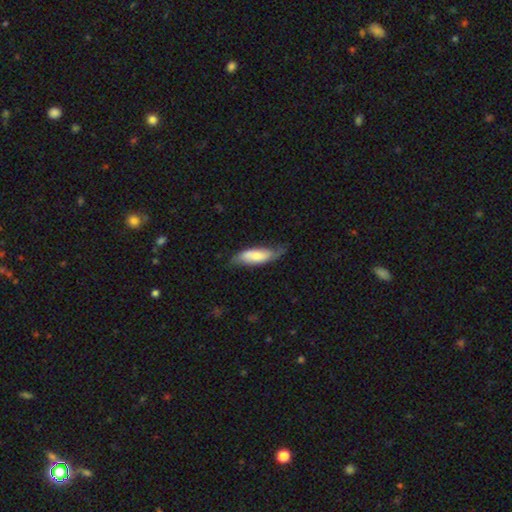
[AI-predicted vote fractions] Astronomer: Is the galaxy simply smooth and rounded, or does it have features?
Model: smooth — 63%.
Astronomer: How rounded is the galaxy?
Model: in between — 59% (runner-up: cigar-shaped, 40%).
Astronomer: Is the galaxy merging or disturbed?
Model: none — 57% (runner-up: minor disturbance, 32%).